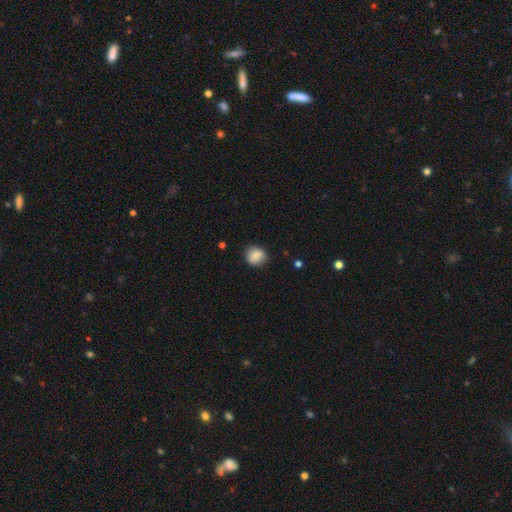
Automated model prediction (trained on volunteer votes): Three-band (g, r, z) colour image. It shows a smooth galaxy with no disk features (86%) that is round (78%). Merging: none (83%).